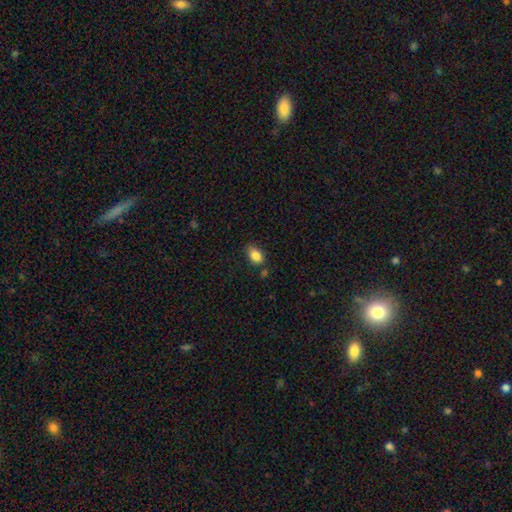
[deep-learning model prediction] Smooth or featured?
  - smooth: 85% *
  - star or artifact: 9%
  - featured or disk: 7%
How rounded?
  - in between: 85% *
  - round: 13%
  - cigar-shaped: 2%
Merging?
  - none: 73% *
  - minor disturbance: 18%
  - merger: 6%
  - major disturbance: 4%